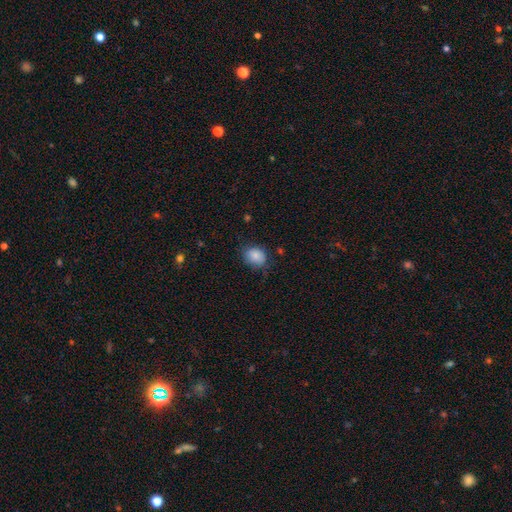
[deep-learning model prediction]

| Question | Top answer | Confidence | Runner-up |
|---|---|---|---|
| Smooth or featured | smooth | 85% | star or artifact (8%) |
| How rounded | round | 51% | in between (49%) |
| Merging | none | 69% | minor disturbance (24%) |